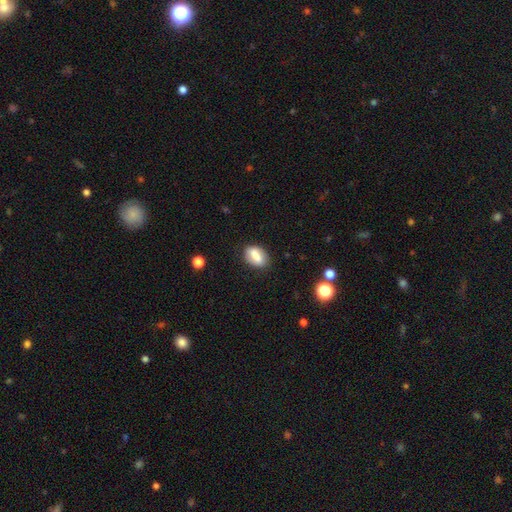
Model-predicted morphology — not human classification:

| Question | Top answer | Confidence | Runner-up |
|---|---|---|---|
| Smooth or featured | smooth | 70% | featured or disk (22%) |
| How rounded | in between | 82% | round (12%) |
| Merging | none | 81% | minor disturbance (14%) |